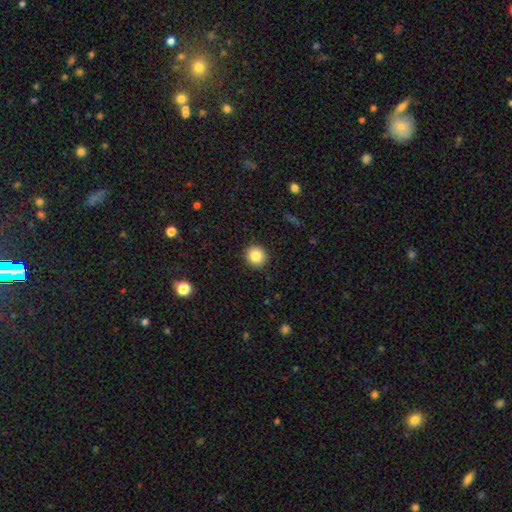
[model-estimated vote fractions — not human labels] A smooth galaxy with no disk features (85%) that is round (92%). Merging: none (91%).